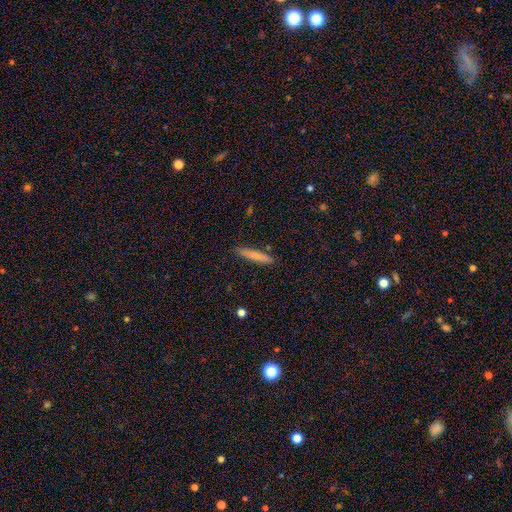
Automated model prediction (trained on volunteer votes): Smooth or featured? Predicted: smooth (p=0.78). How rounded? Predicted: cigar-shaped (p=0.92). Merging? Predicted: none (p=0.87).